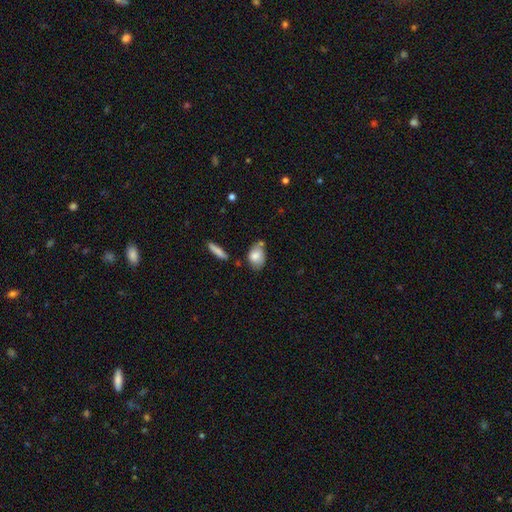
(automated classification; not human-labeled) This appears to be a smooth galaxy with no disk features (78%) that is in between round and cigar-shaped (83%). Merging: none (55%).